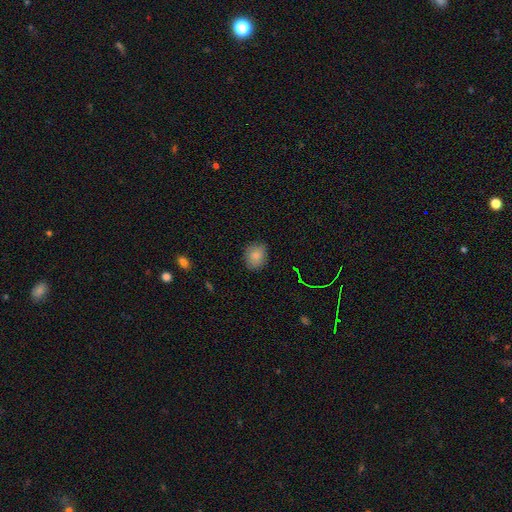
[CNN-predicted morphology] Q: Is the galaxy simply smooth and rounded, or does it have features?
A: smooth — 85%.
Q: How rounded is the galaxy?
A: in between — 52%.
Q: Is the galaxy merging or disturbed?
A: none — 83%.